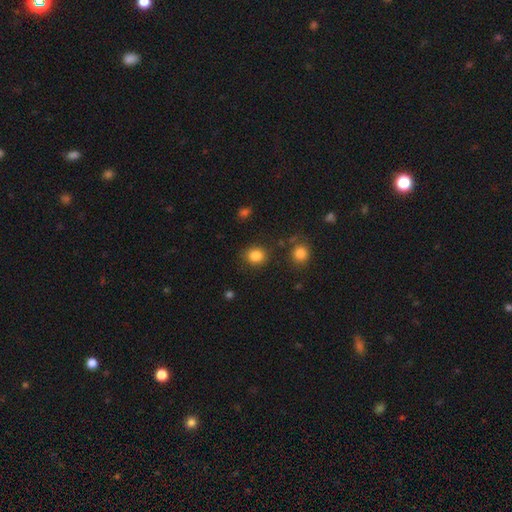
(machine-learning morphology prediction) Smooth or featured? Predicted: smooth (p=0.85). How rounded? Predicted: round (p=0.75). Merging? Predicted: none (p=0.84).